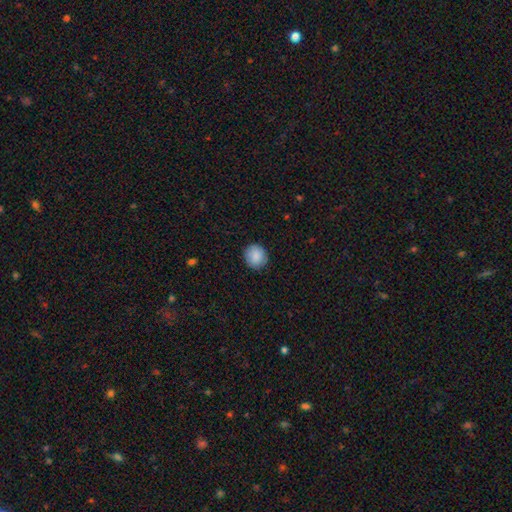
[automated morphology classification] smooth 89%, star or artifact 7%, featured or disk 4%. Down the decision tree: how rounded — round (87%); merging — none (88%).